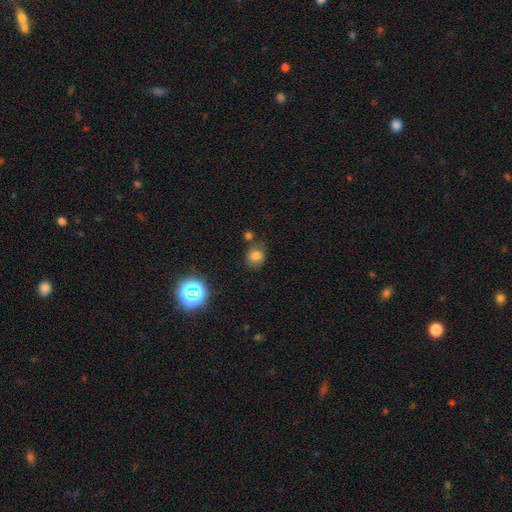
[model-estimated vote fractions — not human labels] The model was most divided on "how rounded": round: 68%, in between: 31%, cigar-shaped: 1%. More confident: smooth or featured — smooth (75%); merging — none (67%).